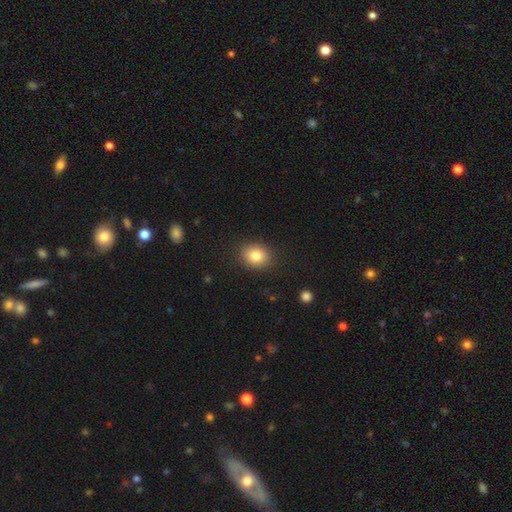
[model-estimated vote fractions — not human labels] A smooth galaxy with no disk features (83%) that is round (59%).

Vote fractions:
- Smooth or featured? smooth: 83% / star or artifact: 10% / featured or disk: 8%
- How rounded? round: 59% / in between: 40% / cigar-shaped: 1%
- Merging? none: 88% / minor disturbance: 8% / major disturbance: 3% / merger: 1%